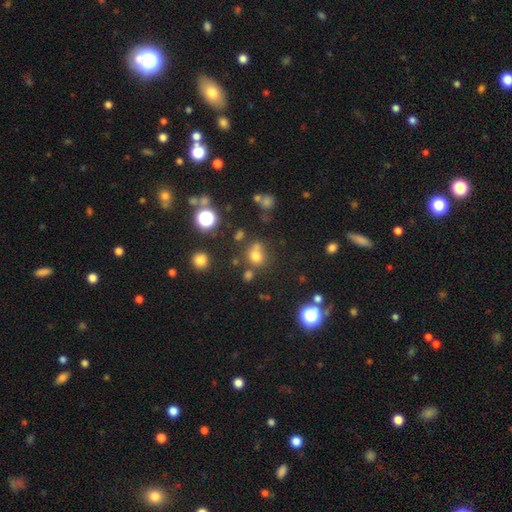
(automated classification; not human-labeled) Smooth or featured: smooth — 70% (star or artifact — 21%)
How rounded: round — 72% (in between — 27%)
Merging: none — 56% (merger — 22%)